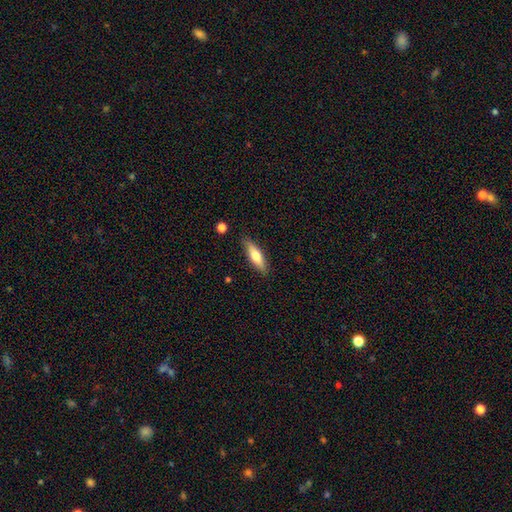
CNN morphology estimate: Q: Smooth or featured?
A: smooth (63%); runner-up: featured or disk (31%)
Q: How rounded?
A: cigar-shaped (60%); runner-up: in between (38%)
Q: Merging?
A: none (84%); runner-up: minor disturbance (11%)